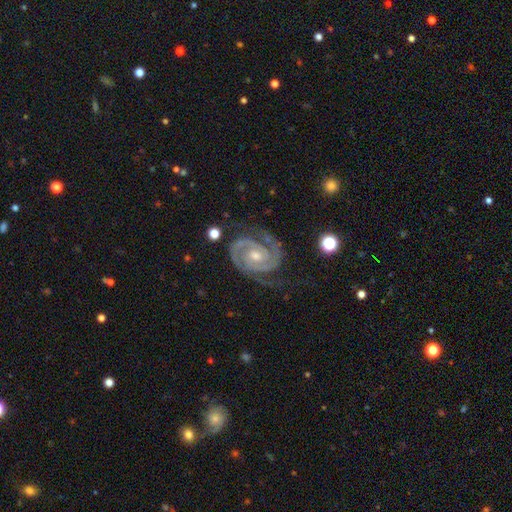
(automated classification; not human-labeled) featured or disk 93%, star or artifact 4%, smooth 3%. Down the decision tree: edge-on disk — no (98%); bar — no (60%); spiral arms — yes (99%); spiral arm count — 2 (89%); spiral winding — tight (68%); bulge size — moderate (62%); merging — none (77%).